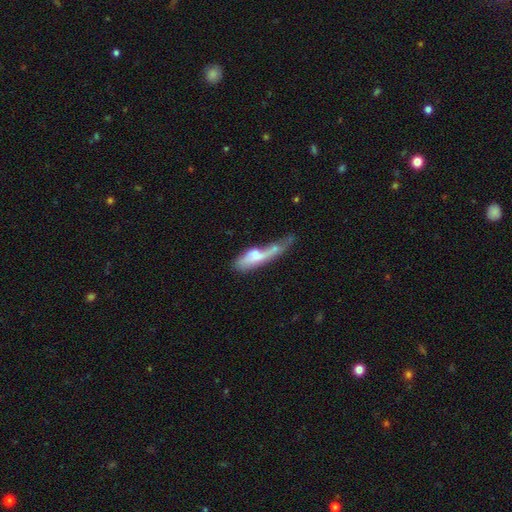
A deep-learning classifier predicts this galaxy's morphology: Overall: smooth (52%; featured or disk 41%). How rounded: in between (48%, tied with cigar-shaped). Merging: major disturbance (37%; merger 24%).